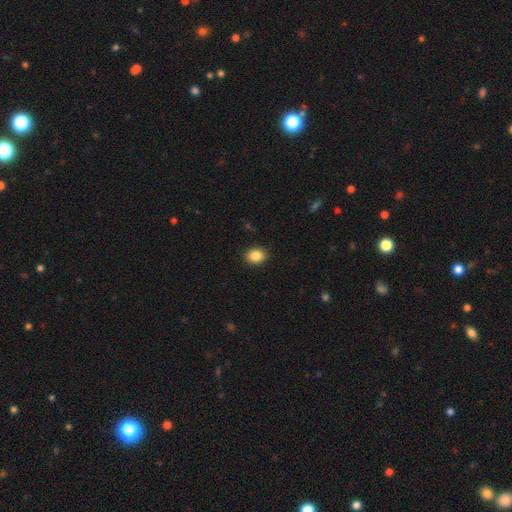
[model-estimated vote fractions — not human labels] smooth_or_featured: smooth (p=0.87) [alt: star or artifact p=0.09]
how_rounded: in between (p=0.58) [alt: round p=0.41]
merging: none (p=0.90) [alt: minor disturbance p=0.07]